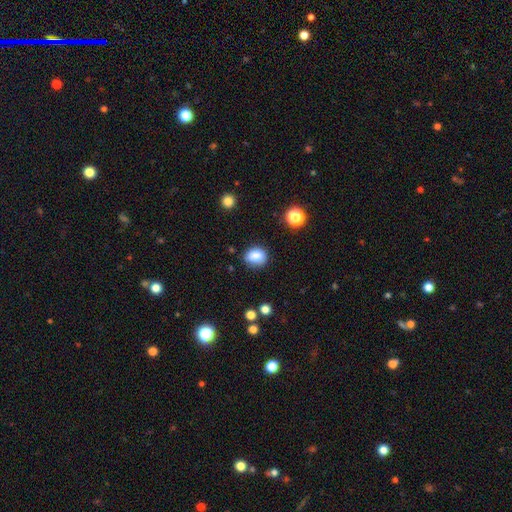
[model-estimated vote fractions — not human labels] Smooth or featured? Predicted: smooth (p=0.83). How rounded? Predicted: in between (p=0.52). Merging? Predicted: none (p=0.69).